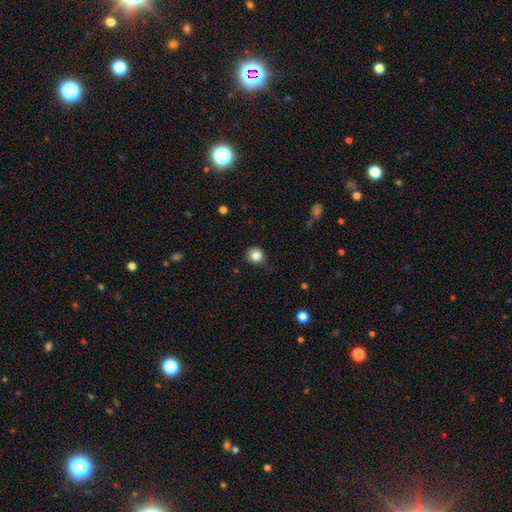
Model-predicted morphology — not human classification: This is clearly a smooth galaxy (84%). How rounded: clearly round (88%). Merging: likely none (75%).